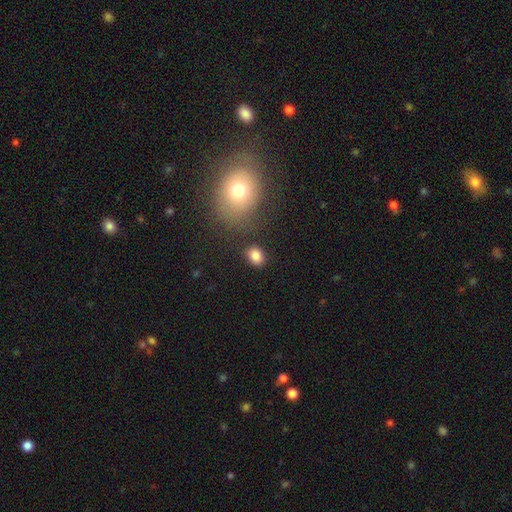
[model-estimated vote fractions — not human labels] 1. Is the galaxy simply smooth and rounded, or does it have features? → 84% smooth, 10% star or artifact, 6% featured or disk.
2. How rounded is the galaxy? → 59% in between, 40% round, 1% cigar-shaped.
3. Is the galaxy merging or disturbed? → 80% none, 11% minor disturbance, 5% merger, 4% major disturbance.